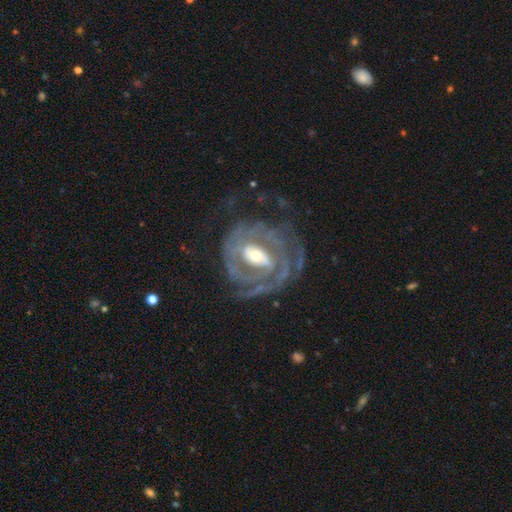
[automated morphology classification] Q: Smooth or featured?
A: featured or disk (87%); runner-up: smooth (8%)
Q: Edge-on disk?
A: no (97%); runner-up: yes (3%)
Q: Bar?
A: weak (36%); runner-up: no (34%)
Q: Spiral arms?
A: yes (89%); runner-up: no (11%)
Q: Spiral winding?
A: tight (63%); runner-up: medium (28%)
Q: Spiral arm count?
A: 2 (33%); runner-up: can't tell (30%)
Q: Bulge size?
A: moderate (55%); runner-up: small (34%)
Q: Merging?
A: none (59%); runner-up: major disturbance (20%)